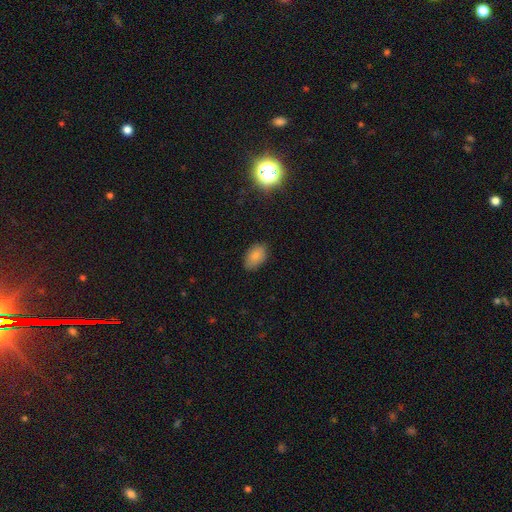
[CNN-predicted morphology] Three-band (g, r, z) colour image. It shows a smooth galaxy with no disk features (82%) that is in between round and cigar-shaped (89%). Merging: none (83%).